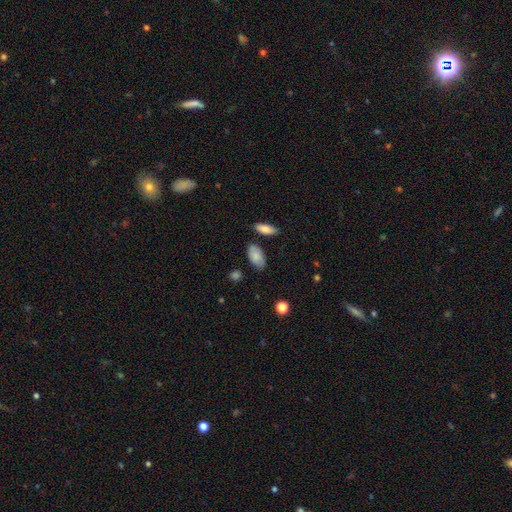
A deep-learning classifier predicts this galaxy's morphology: Overall: smooth (82%). How rounded: in between (93%). Merging: none (76%).